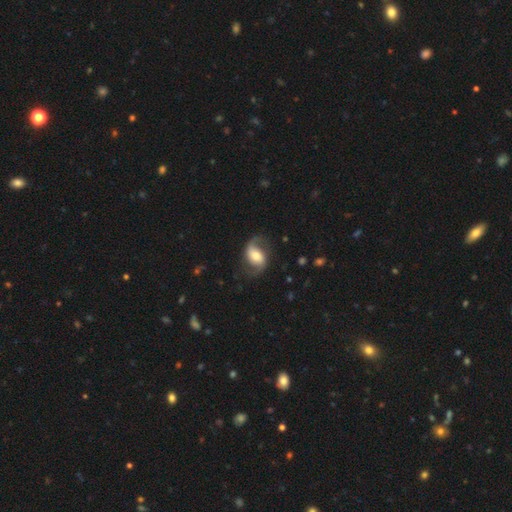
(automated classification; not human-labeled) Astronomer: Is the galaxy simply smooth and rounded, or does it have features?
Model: featured or disk — 69%.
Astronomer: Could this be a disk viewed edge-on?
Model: no — 96%.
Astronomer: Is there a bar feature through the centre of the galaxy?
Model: weak — 38% (runner-up: no, 36%).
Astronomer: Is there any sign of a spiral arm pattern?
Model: yes — 90%.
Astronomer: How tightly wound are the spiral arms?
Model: loose — 56% (runner-up: medium, 34%).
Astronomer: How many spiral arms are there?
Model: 2 — 88%.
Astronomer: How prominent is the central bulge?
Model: moderate — 59%.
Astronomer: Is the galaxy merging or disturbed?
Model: none — 69%.